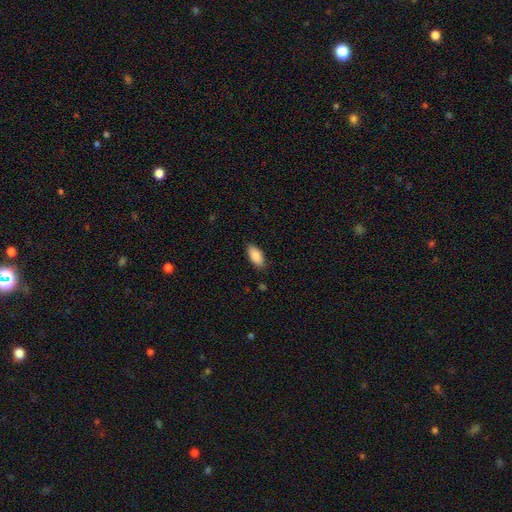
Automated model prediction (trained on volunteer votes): smooth_or_featured: smooth (p=0.86) [alt: featured or disk p=0.07]
how_rounded: in between (p=0.91) [alt: cigar-shaped p=0.07]
merging: none (p=0.86) [alt: minor disturbance p=0.11]